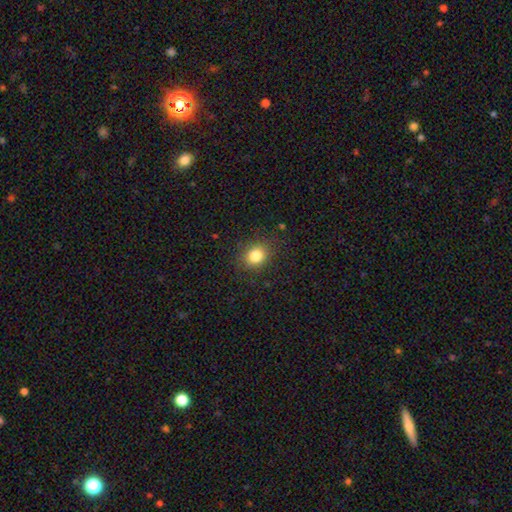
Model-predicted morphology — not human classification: type=smooth (82%); roundness=round (59%); merging=none (86%).